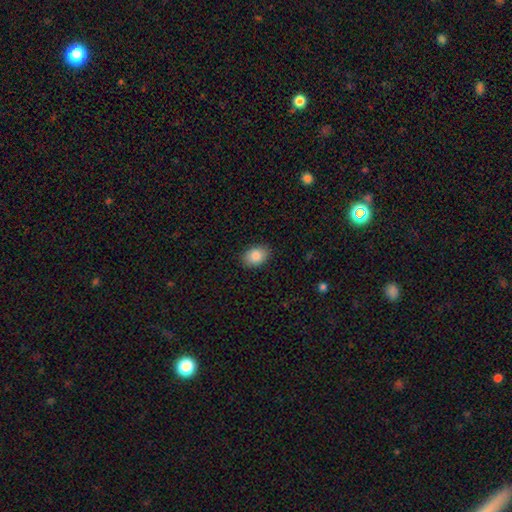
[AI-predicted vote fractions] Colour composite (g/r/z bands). It shows a smooth galaxy with no disk features (87%) that is in between round and cigar-shaped (76%). Merging: none (88%).